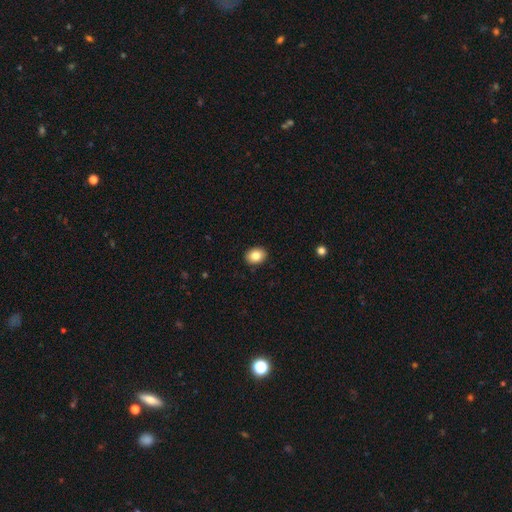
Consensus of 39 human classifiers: Morphology: type=smooth (90%); roundness=in between (69%); merging=none (84%).